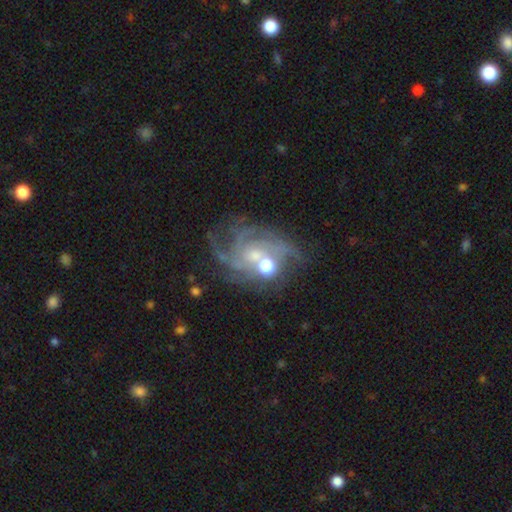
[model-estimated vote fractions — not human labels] This is clearly a featured or disk galaxy (80%). It is clearly not viewed edge-on (97%). Bar: likely no (69%). Spiral arm pattern: clearly yes (93%). Spiral arm count: marginally can't tell (25%). Spiral winding: possibly tight (46%). Central bulge: possibly moderate (55%). Merging: possibly none (53%).